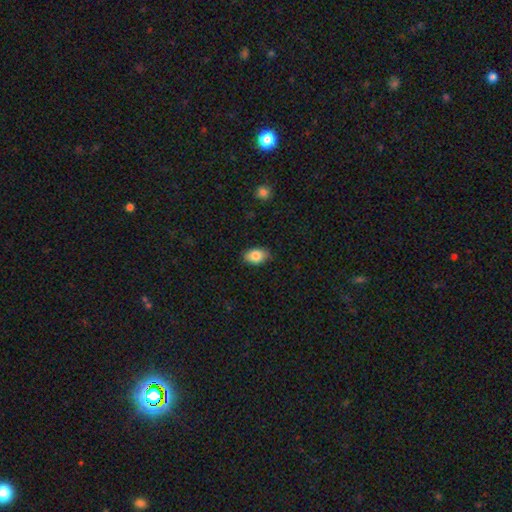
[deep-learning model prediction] Smooth or featured: smooth — 84% (featured or disk — 9%)
How rounded: in between — 89% (round — 10%)
Merging: none — 83% (minor disturbance — 13%)